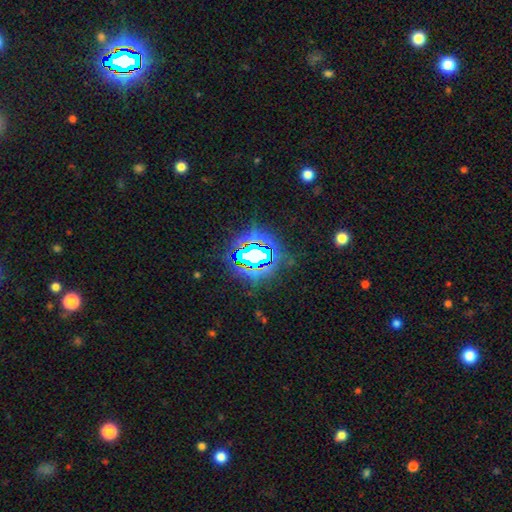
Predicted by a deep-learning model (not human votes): This appears to be a star or artifact, not a galaxy (72%).